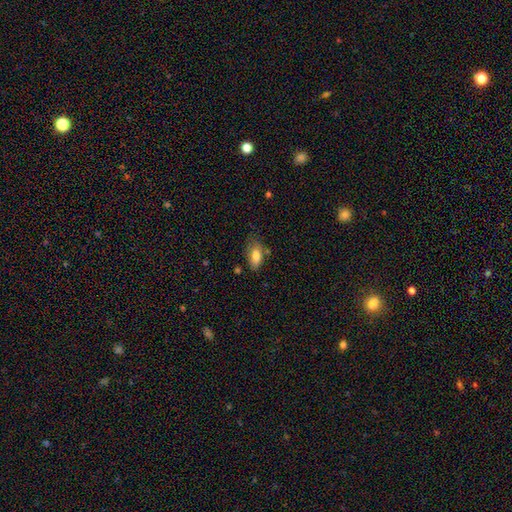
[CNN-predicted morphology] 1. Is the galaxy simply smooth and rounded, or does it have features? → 76% smooth, 17% featured or disk, 8% star or artifact.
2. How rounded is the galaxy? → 89% in between, 7% cigar-shaped, 4% round.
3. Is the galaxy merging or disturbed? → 57% none, 29% minor disturbance, 8% major disturbance, 6% merger.